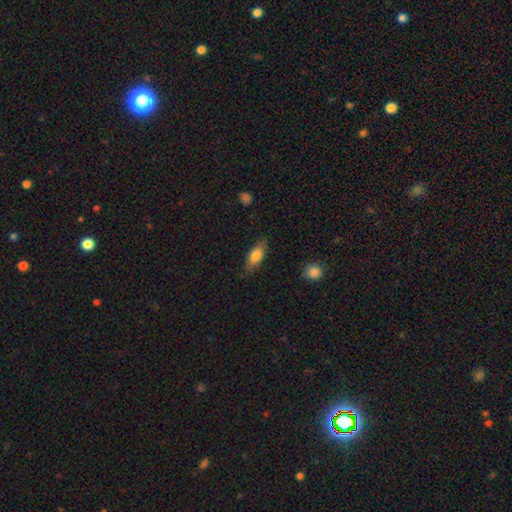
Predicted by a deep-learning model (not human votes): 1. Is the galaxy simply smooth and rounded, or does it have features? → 77% smooth, 16% featured or disk, 6% star or artifact.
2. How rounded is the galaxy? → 78% in between, 19% cigar-shaped, 3% round.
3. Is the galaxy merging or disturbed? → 81% none, 15% minor disturbance, 3% major disturbance, 1% merger.